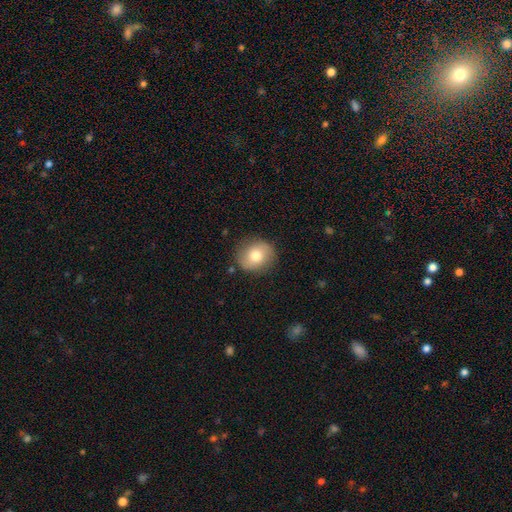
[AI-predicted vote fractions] This is likely a smooth galaxy (70%). How rounded: likely round (78%). Merging: clearly none (85%).